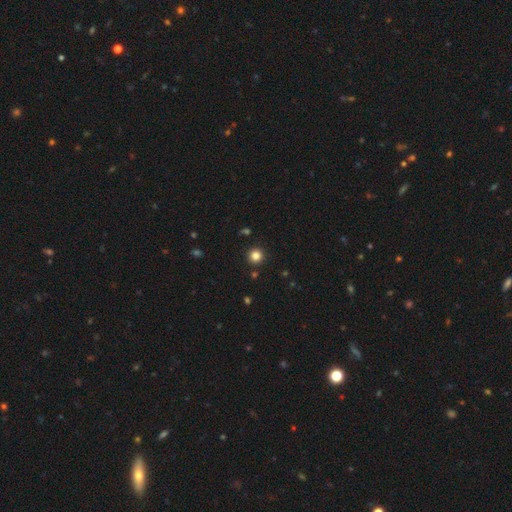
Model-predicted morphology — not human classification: Smooth or featured: smooth — 83% (star or artifact — 13%)
How rounded: round — 95% (in between — 4%)
Merging: none — 92% (minor disturbance — 5%)